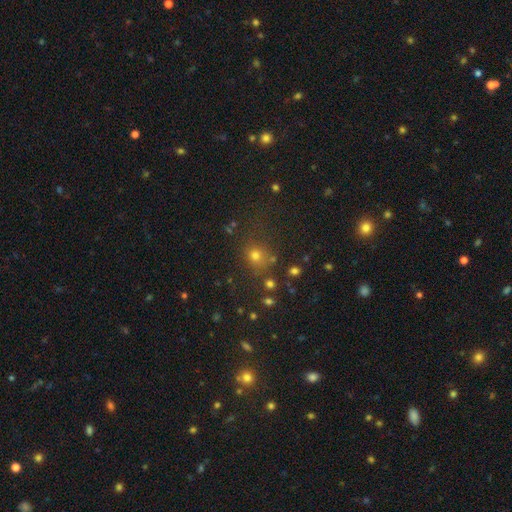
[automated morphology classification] The model was most divided on "smooth or featured": smooth: 65%, star or artifact: 27%, featured or disk: 8%. More confident: how rounded — round (85%); merging — none (74%).